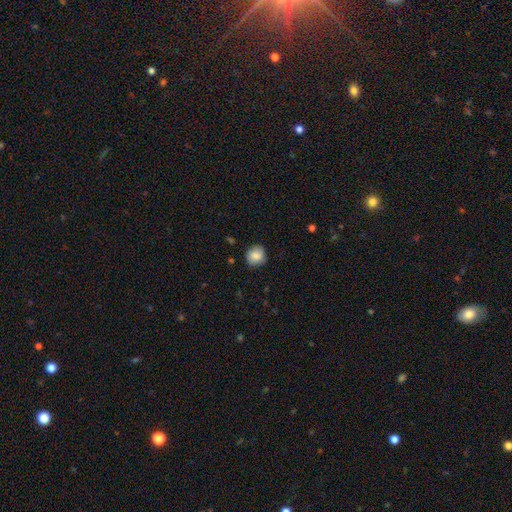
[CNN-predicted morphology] The model was most divided on "merging": none: 83%, minor disturbance: 13%, major disturbance: 3%, merger: 1%. More confident: how rounded — round (86%); smooth or featured — smooth (81%).